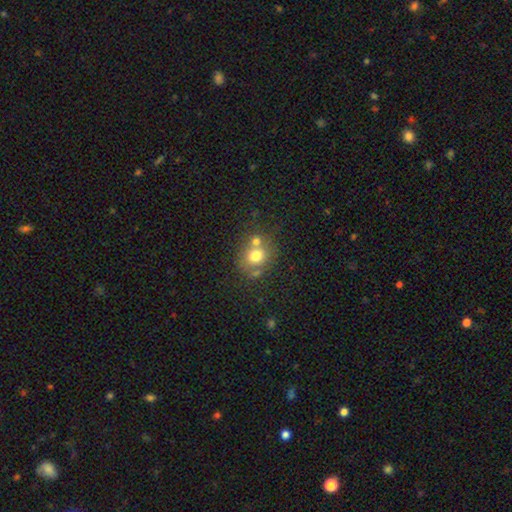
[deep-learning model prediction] Morphology: type=smooth (71%); roundness=round (73%); merging=none (51%).